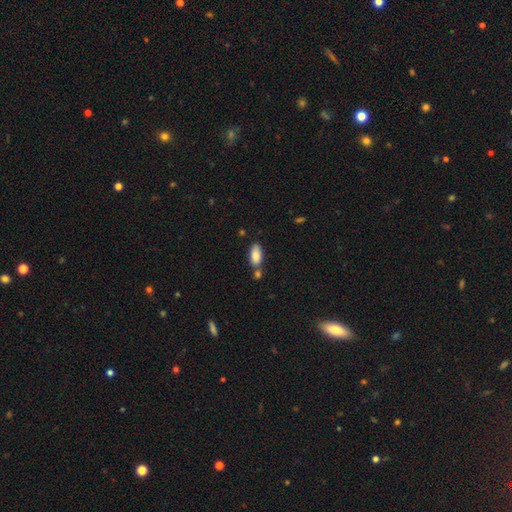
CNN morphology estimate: A smooth galaxy with no disk features (85%) that is in between round and cigar-shaped (89%). Merging: none (63%).